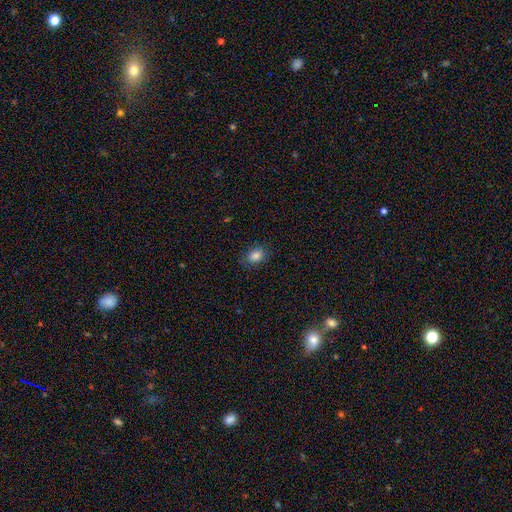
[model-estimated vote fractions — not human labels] Smooth or featured? smooth (84%)
How rounded? in between (64%)
Merging? none (82%)